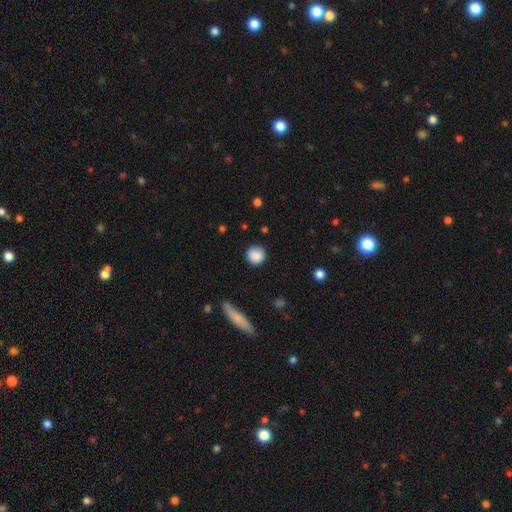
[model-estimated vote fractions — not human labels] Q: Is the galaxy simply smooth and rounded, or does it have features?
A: smooth — 87%.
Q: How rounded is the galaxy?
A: round — 91%.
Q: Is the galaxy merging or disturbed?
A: none — 86%.